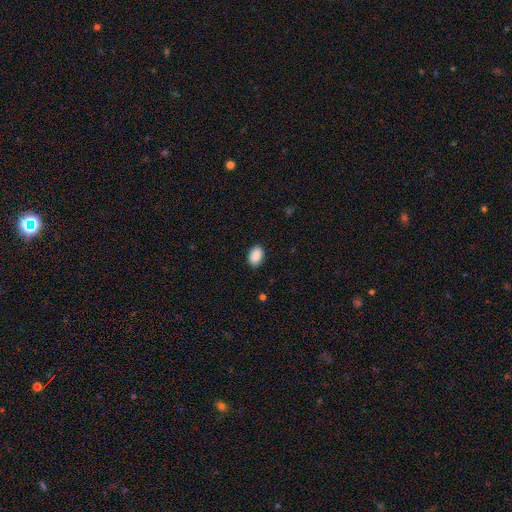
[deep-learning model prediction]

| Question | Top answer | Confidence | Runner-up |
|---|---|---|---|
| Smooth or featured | smooth | 90% | star or artifact (7%) |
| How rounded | in between | 88% | round (10%) |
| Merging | none | 87% | minor disturbance (10%) |